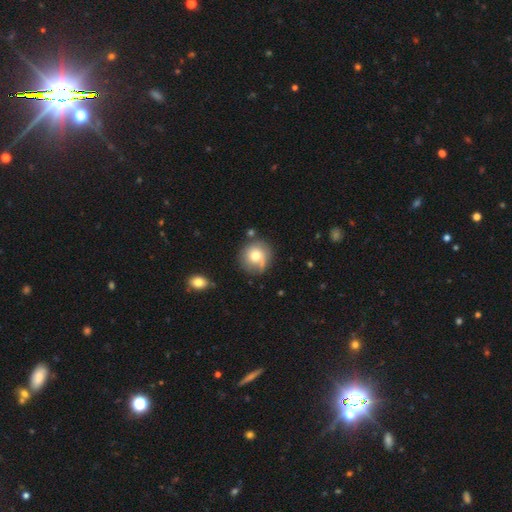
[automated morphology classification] Q: Smooth or featured?
A: smooth (71%); runner-up: featured or disk (20%)
Q: How rounded?
A: round (90%); runner-up: in between (9%)
Q: Merging?
A: none (66%); runner-up: minor disturbance (20%)